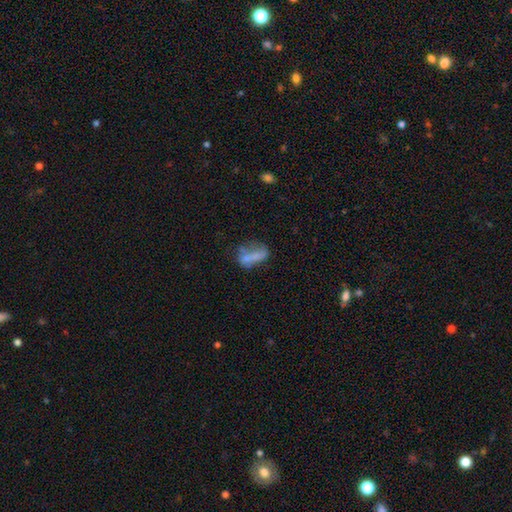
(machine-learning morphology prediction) A smooth galaxy with no disk features (53%) that is in between round and cigar-shaped (64%). Merging: none (39%).